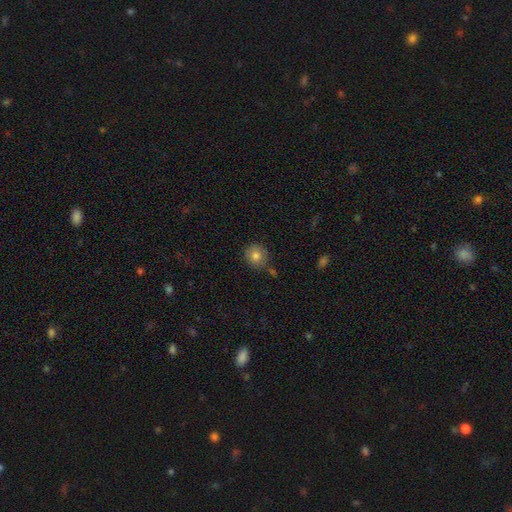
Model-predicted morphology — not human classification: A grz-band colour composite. It shows a smooth galaxy with no disk features (80%) that is round (88%). Merging: none (77%).